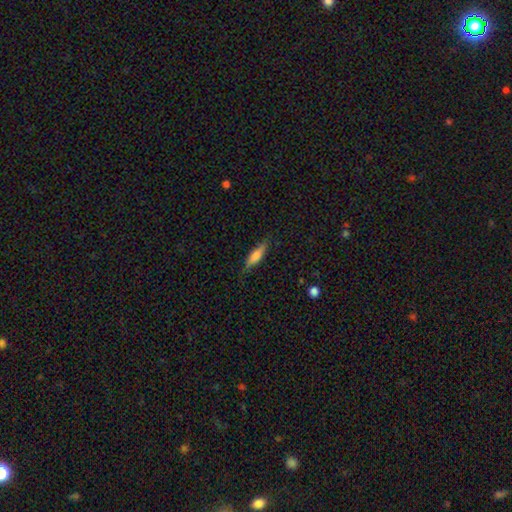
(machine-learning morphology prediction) smooth-or-featured: smooth: 72% | featured or disk: 22% | star or artifact: 6%
  how-rounded: cigar-shaped: 64% | in between: 34% | round: 2%
  merging: none: 80% | minor disturbance: 16% | major disturbance: 3% | merger: 1%